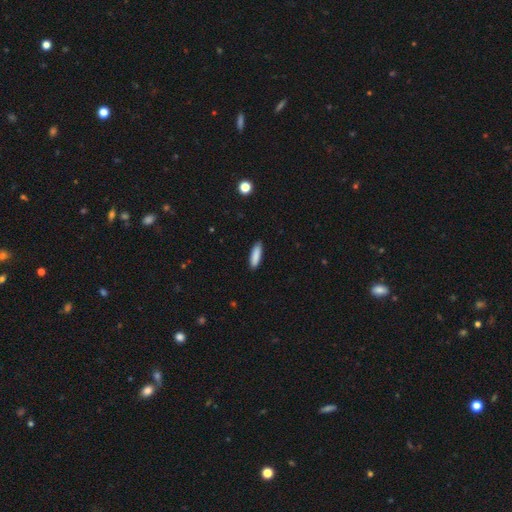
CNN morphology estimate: smooth 88%, featured or disk 6%, star or artifact 6%. Down the decision tree: how rounded — cigar-shaped (64%); merging — none (89%).